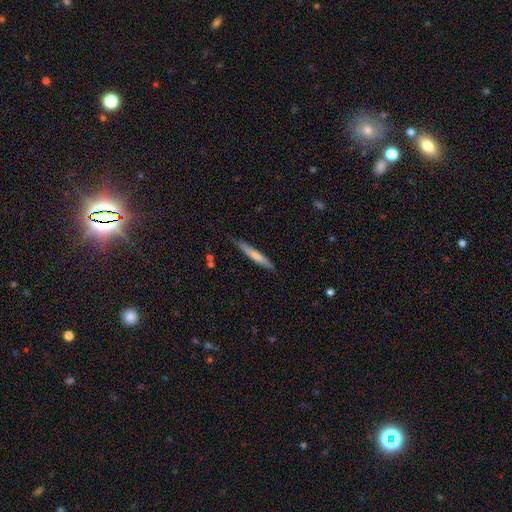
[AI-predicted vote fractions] The model was most divided on "smooth or featured": smooth: 61%, featured or disk: 34%, star or artifact: 5%. More confident: how rounded — cigar-shaped (94%); merging — none (76%).